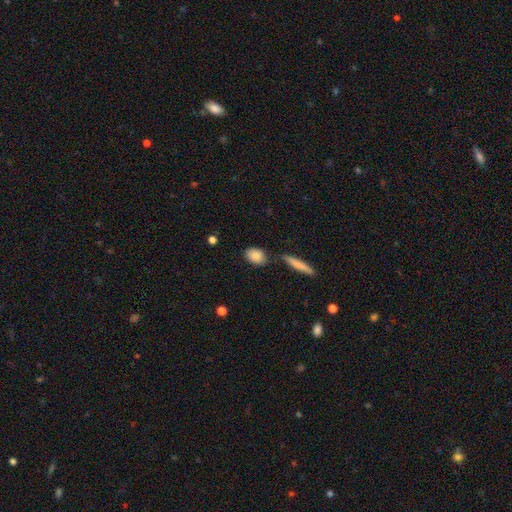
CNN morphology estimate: This is clearly a smooth galaxy (85%). How rounded: likely in between (76%). Merging: likely none (75%).